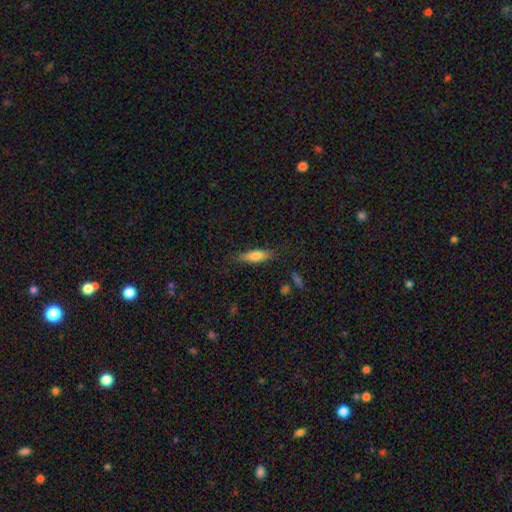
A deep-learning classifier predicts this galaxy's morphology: This is likely a smooth galaxy (74%). How rounded: possibly cigar-shaped (52%). Merging: likely none (79%).